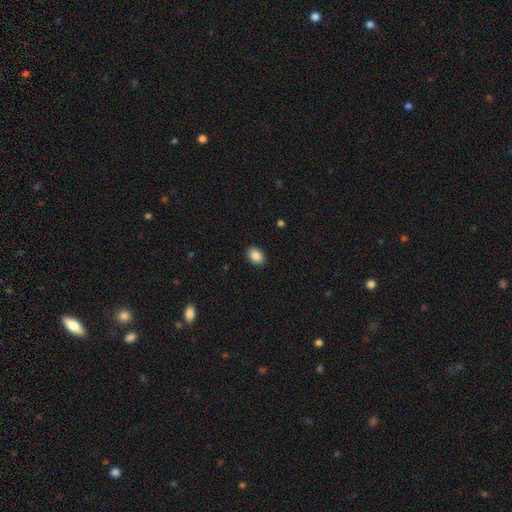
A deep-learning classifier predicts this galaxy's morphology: smooth-or-featured: smooth: 87% | star or artifact: 8% | featured or disk: 6%
  how-rounded: in between: 76% | round: 23% | cigar-shaped: 1%
  merging: none: 91% | minor disturbance: 7% | major disturbance: 2% | merger: 1%